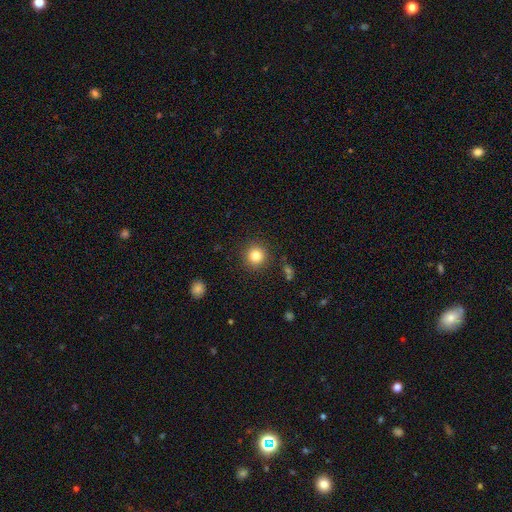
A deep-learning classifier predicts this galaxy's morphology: smooth-or-featured: smooth: 82% | star or artifact: 11% | featured or disk: 6%
  how-rounded: round: 94% | in between: 5% | cigar-shaped: 1%
  merging: none: 90% | minor disturbance: 6% | major disturbance: 2% | merger: 2%